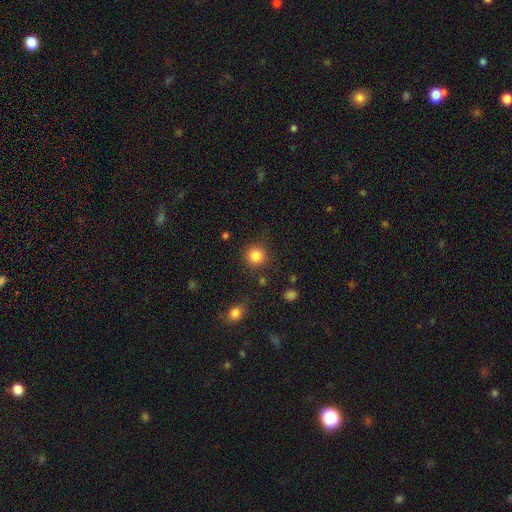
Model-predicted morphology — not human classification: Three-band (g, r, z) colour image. It shows a smooth galaxy with no disk features (85%) that is round (94%). Merging: none (86%).